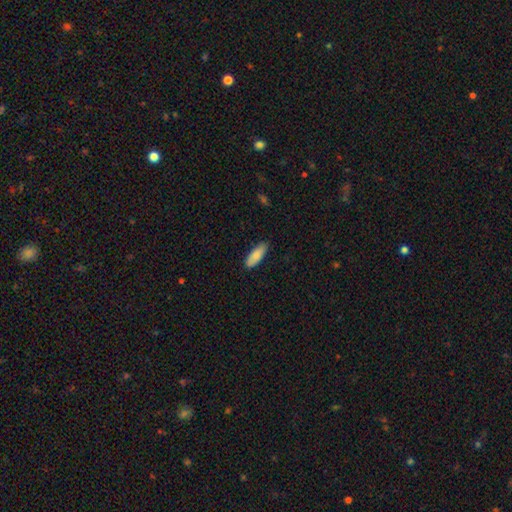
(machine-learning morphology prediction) smooth-or-featured: smooth: 85% | featured or disk: 9% | star or artifact: 6%
  how-rounded: in between: 65% | cigar-shaped: 33% | round: 2%
  merging: none: 85% | minor disturbance: 12% | major disturbance: 2% | merger: 1%